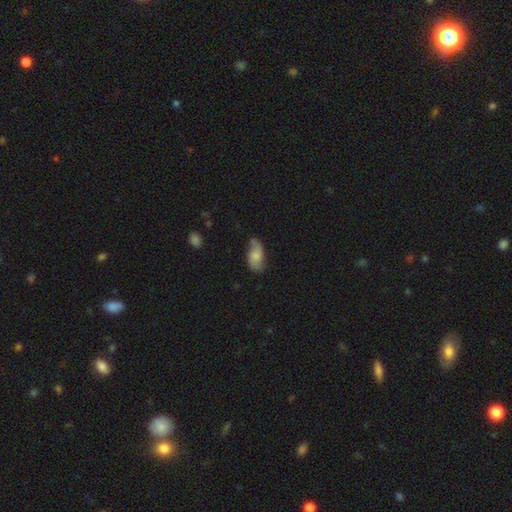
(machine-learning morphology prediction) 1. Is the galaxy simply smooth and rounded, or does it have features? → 53% smooth, 39% featured or disk, 8% star or artifact.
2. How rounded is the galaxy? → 90% in between, 5% cigar-shaped, 4% round.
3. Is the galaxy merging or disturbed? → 61% none, 28% minor disturbance, 8% major disturbance, 3% merger.